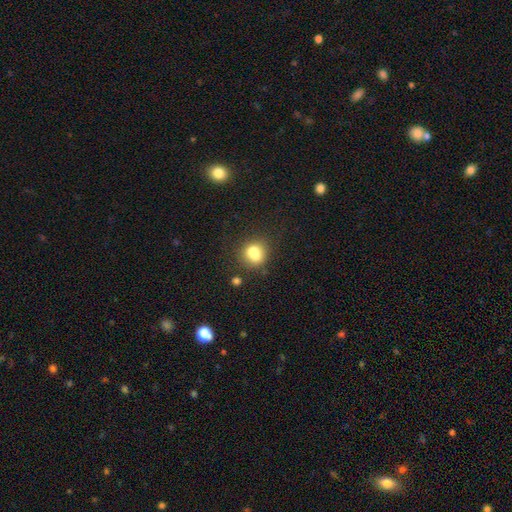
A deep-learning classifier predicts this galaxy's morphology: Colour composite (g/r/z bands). It shows a smooth galaxy with no disk features (70%) that is round (71%). Merging: none (44%).